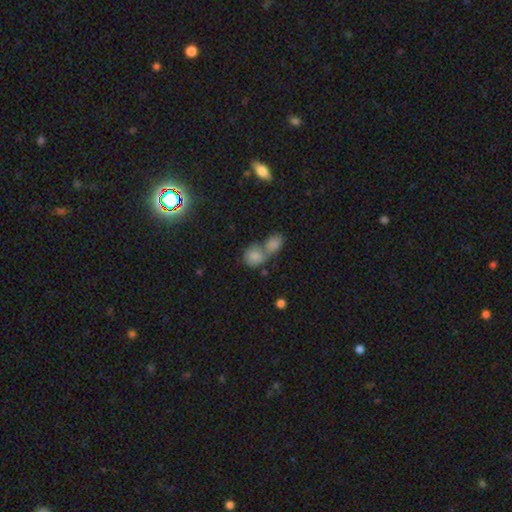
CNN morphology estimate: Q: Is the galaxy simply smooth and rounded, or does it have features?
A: smooth — 78%.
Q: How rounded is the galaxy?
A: in between — 49%.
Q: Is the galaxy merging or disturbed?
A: merger — 68%.